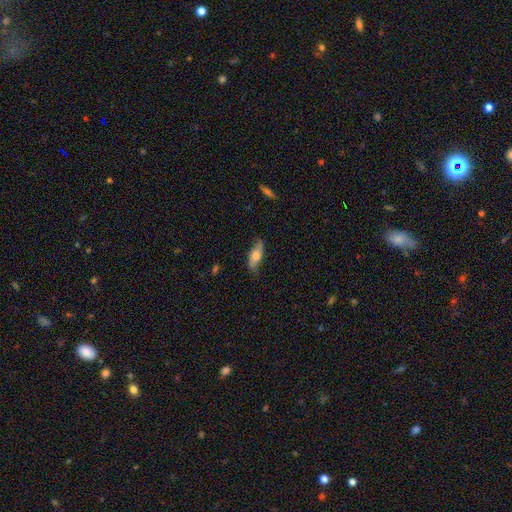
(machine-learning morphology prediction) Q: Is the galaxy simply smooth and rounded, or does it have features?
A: smooth — 58%.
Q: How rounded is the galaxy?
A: in between — 71%.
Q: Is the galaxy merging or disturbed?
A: none — 74%.